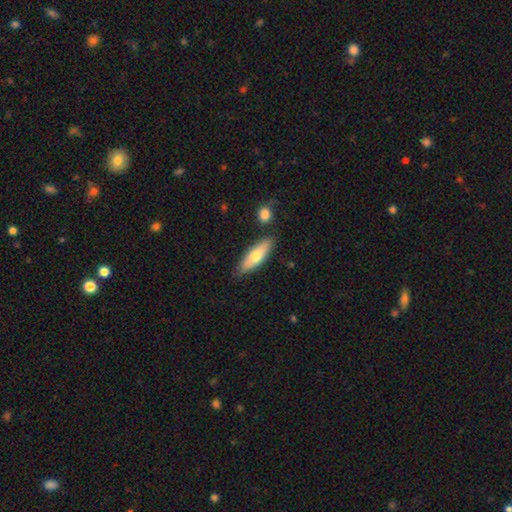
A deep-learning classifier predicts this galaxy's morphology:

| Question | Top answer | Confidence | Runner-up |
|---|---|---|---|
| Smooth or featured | smooth | 65% | featured or disk (29%) |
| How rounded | in between | 51% | cigar-shaped (47%) |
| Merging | none | 80% | minor disturbance (12%) |